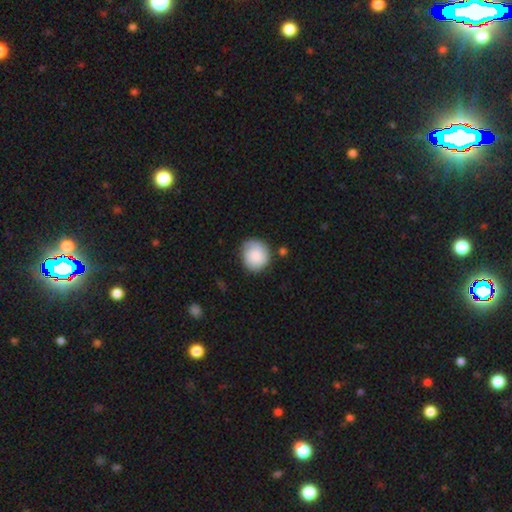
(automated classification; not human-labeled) This is clearly a smooth galaxy (80%). How rounded: clearly round (84%). Merging: likely none (73%).